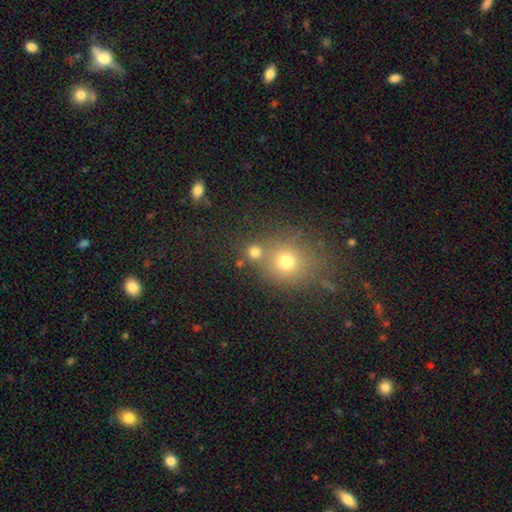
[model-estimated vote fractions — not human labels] A smooth galaxy with no disk features (66%) that is round (78%).

Vote fractions:
- Smooth or featured? smooth: 66% / star or artifact: 23% / featured or disk: 11%
- How rounded? round: 78% / in between: 21% / cigar-shaped: 1%
- Merging? none: 66% / merger: 18% / minor disturbance: 11% / major disturbance: 5%